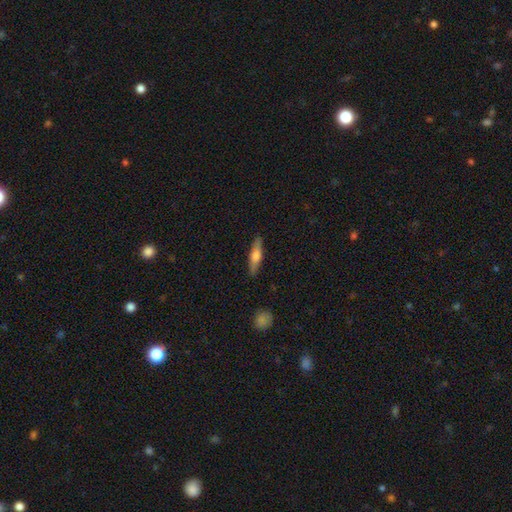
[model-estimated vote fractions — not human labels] This is possibly a smooth galaxy (54%). How rounded: likely cigar-shaped (75%). Merging: clearly none (88%).